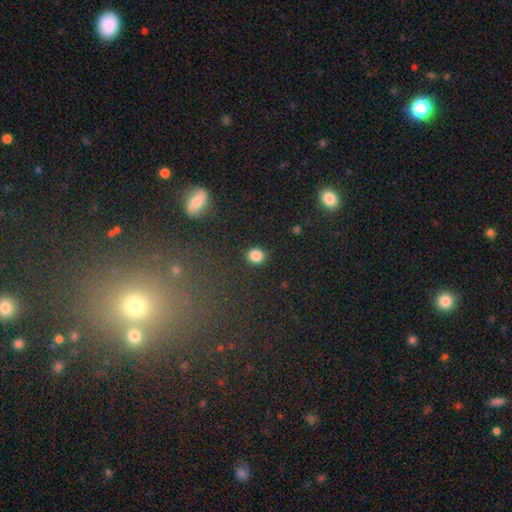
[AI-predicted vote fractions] Q: Smooth or featured?
A: smooth (84%); runner-up: star or artifact (11%)
Q: How rounded?
A: round (82%); runner-up: in between (17%)
Q: Merging?
A: none (88%); runner-up: minor disturbance (8%)